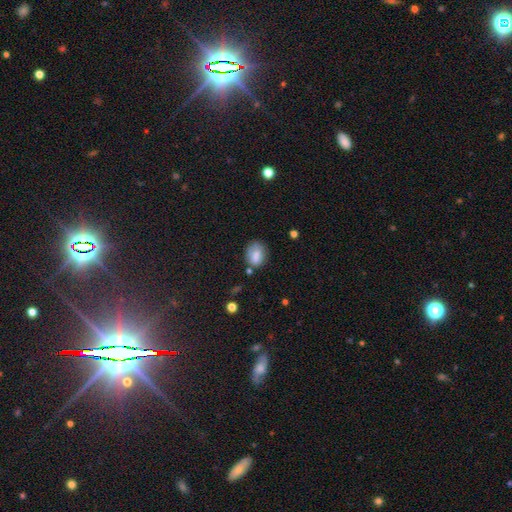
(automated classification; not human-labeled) This appears to be a smooth galaxy with no disk features (79%) that is in between round and cigar-shaped (64%). Merging: none (61%).